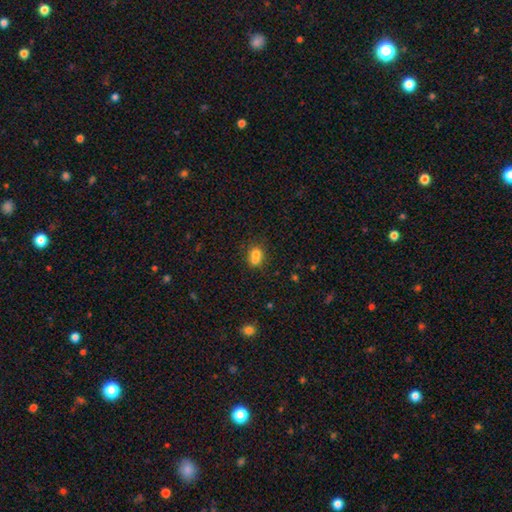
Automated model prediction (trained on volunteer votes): A smooth galaxy with no disk features (72%) that is round (58%). Merging: merger (56%).